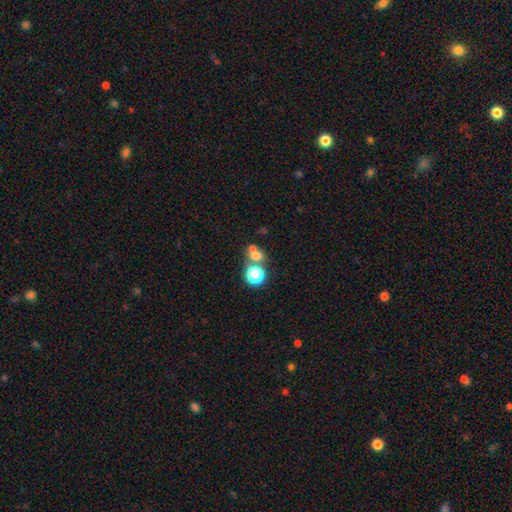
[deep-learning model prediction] Smooth or featured? smooth (65%)
How rounded? round (77%)
Merging? none (45%)